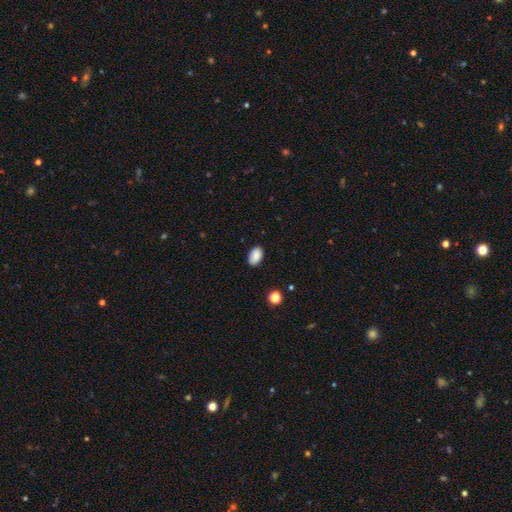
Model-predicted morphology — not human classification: smooth_or_featured: smooth (p=0.88) [alt: star or artifact p=0.08]
how_rounded: in between (p=0.89) [alt: round p=0.10]
merging: none (p=0.85) [alt: minor disturbance p=0.11]